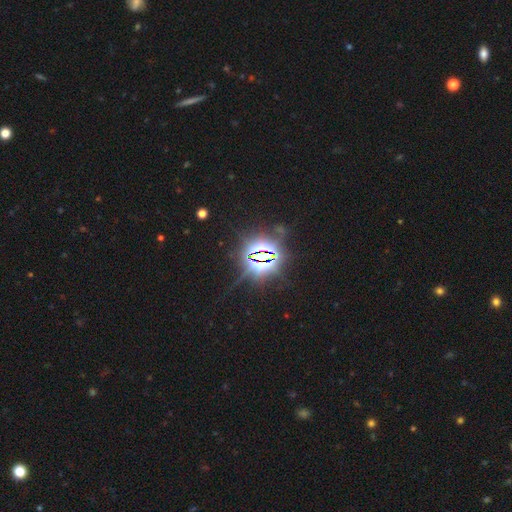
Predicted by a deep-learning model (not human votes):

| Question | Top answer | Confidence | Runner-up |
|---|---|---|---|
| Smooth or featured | star or artifact | 83% | smooth (9%) |